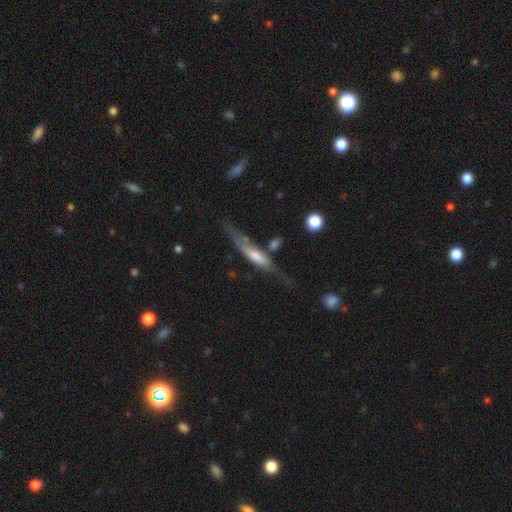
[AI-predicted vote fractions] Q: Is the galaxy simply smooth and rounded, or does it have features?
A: featured or disk — 60%.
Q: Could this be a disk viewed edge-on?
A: yes — 77%.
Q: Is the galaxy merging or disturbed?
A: none — 49%.